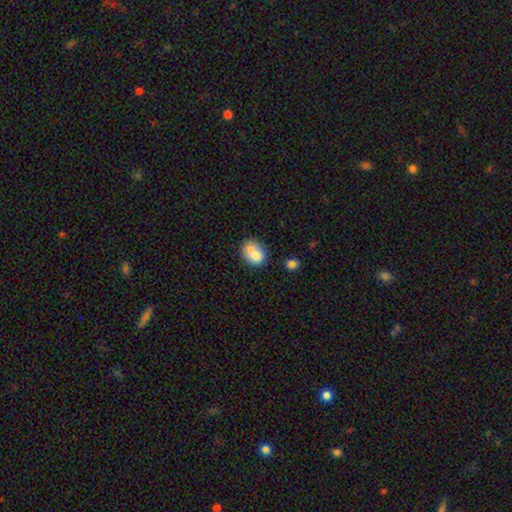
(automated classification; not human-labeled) Morphology: type=smooth (74%); roundness=in between (60%); merging=merger (44%).